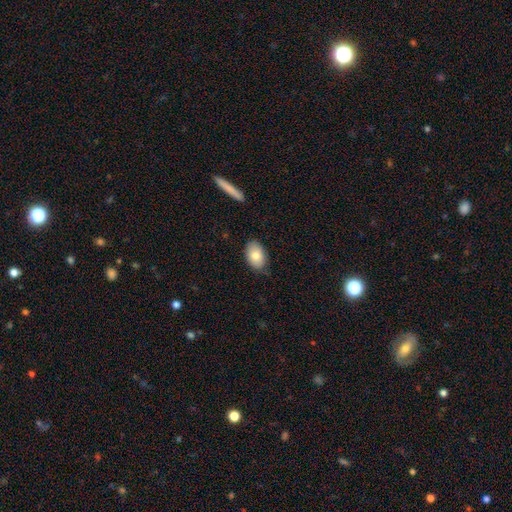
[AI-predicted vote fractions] This appears to be a smooth galaxy with no disk features (79%) that is in between round and cigar-shaped (88%). Merging: none (82%).